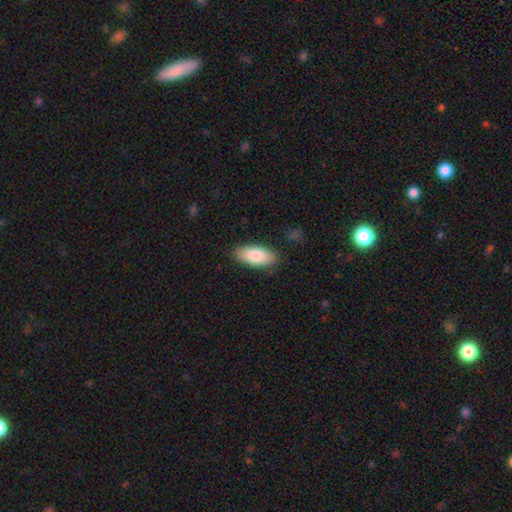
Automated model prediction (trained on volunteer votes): Overall: smooth (84%). How rounded: in between (90%). Merging: none (85%).